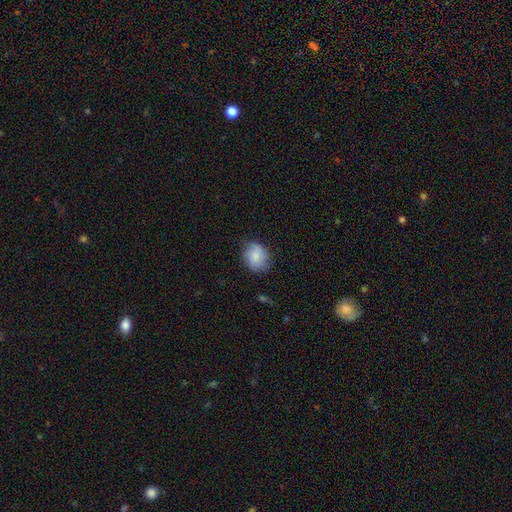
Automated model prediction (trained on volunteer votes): Morphology: type=smooth (81%); roundness=round (59%); merging=none (67%).